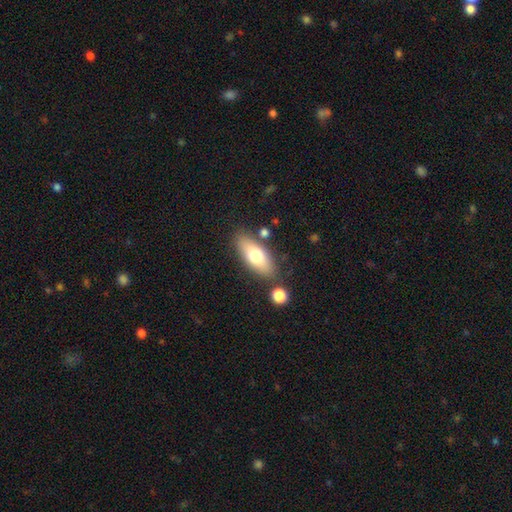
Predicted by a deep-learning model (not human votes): This appears to be a smooth galaxy with no disk features (70%) that is in between round and cigar-shaped (77%). Merging: none (79%).